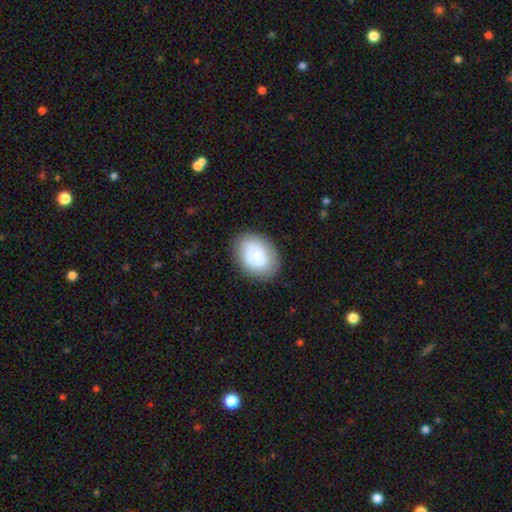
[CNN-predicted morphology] Overall: smooth (72%). How rounded: in between (70%; round 30%). Merging: none (78%).